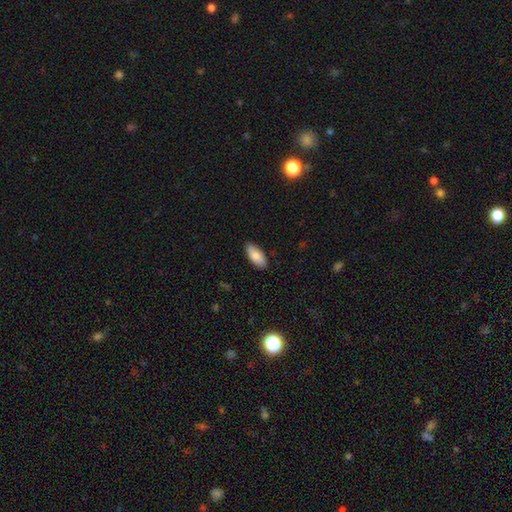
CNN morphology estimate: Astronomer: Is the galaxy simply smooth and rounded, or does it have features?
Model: smooth — 85%.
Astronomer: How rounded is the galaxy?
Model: in between — 88%.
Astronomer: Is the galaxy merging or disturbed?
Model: none — 88%.